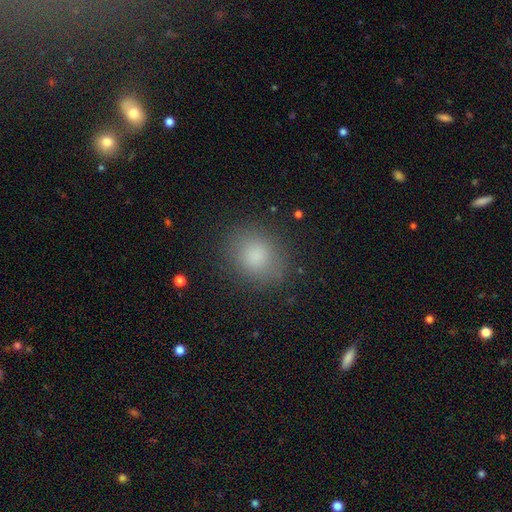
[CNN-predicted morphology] smooth_or_featured: smooth (p=0.83) [alt: star or artifact p=0.10]
how_rounded: round (p=0.66) [alt: in between p=0.32]
merging: none (p=0.85) [alt: minor disturbance p=0.10]